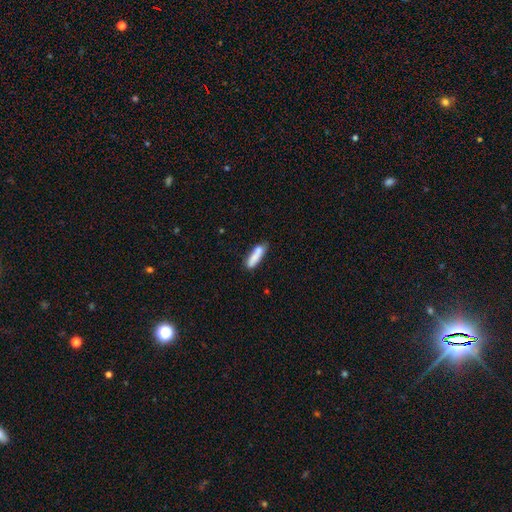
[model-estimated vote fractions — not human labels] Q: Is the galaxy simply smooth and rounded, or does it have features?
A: smooth — 79%.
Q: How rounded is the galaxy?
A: cigar-shaped — 69%.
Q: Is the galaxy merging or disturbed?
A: none — 58%.